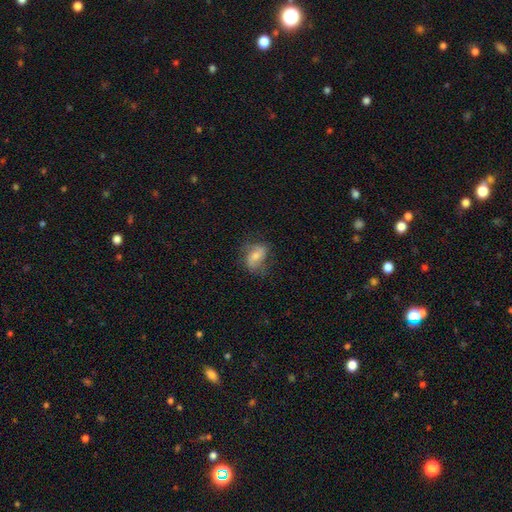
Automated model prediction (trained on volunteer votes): smooth 49%, featured or disk 43%, star or artifact 9%. Down the decision tree: merging — none (60%).